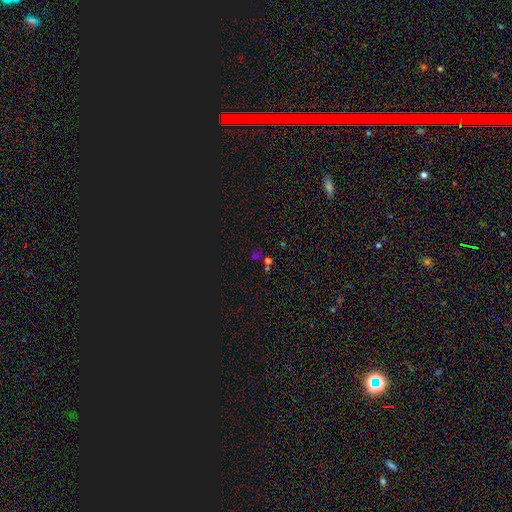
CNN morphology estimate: Smooth or featured? star or artifact (58%)